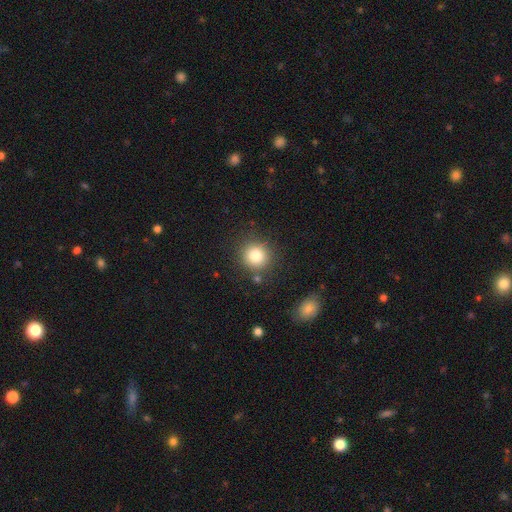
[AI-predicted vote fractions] smooth-or-featured: smooth: 82% | star or artifact: 11% | featured or disk: 7%
  how-rounded: round: 91% | in between: 8% | cigar-shaped: 1%
  merging: none: 83% | minor disturbance: 9% | merger: 5% | major disturbance: 3%